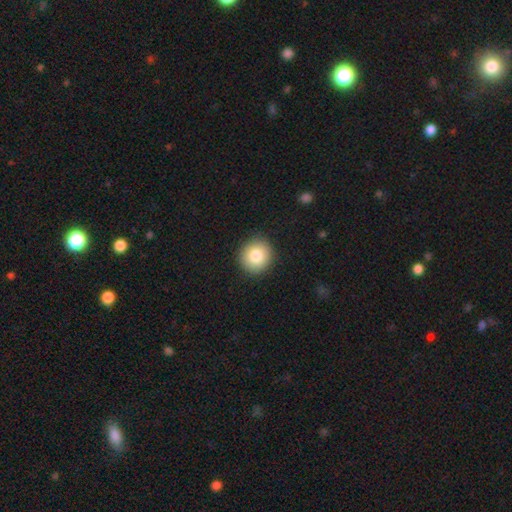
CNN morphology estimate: The model was most divided on "smooth or featured": smooth: 81%, featured or disk: 9%, star or artifact: 9%. More confident: merging — none (91%); how rounded — round (90%).